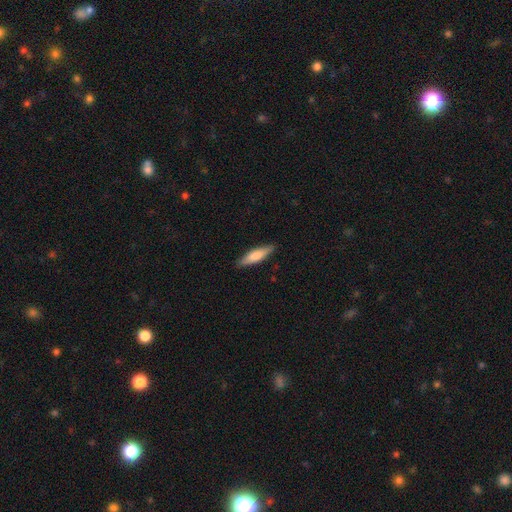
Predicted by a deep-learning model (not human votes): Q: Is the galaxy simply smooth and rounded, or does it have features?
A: smooth — 69%.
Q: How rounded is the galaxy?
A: cigar-shaped — 74%.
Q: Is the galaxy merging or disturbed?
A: none — 88%.